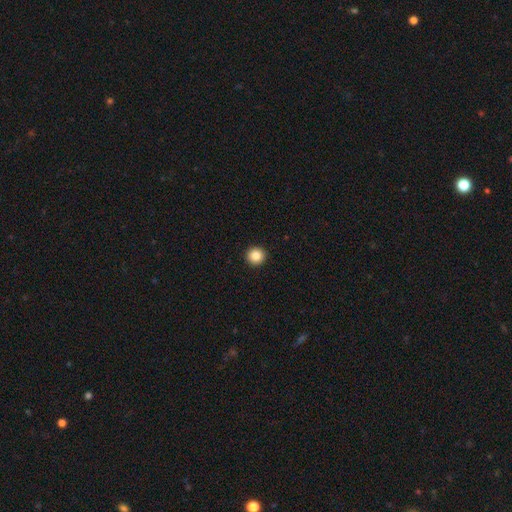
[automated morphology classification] A smooth galaxy with no disk features (85%) that is round (96%).

Vote fractions:
- Smooth or featured? smooth: 85% / star or artifact: 10% / featured or disk: 5%
- How rounded? round: 96% / in between: 3% / cigar-shaped: 1%
- Merging? none: 94% / minor disturbance: 4% / major disturbance: 1% / merger: 1%